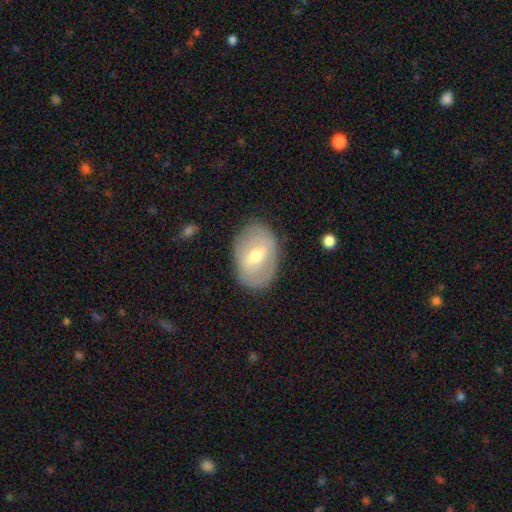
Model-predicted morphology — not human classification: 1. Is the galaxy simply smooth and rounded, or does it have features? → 50% featured or disk, 42% smooth, 7% star or artifact.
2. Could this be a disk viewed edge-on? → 91% no, 9% yes.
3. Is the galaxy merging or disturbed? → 82% none, 13% minor disturbance, 4% major disturbance, 1% merger.